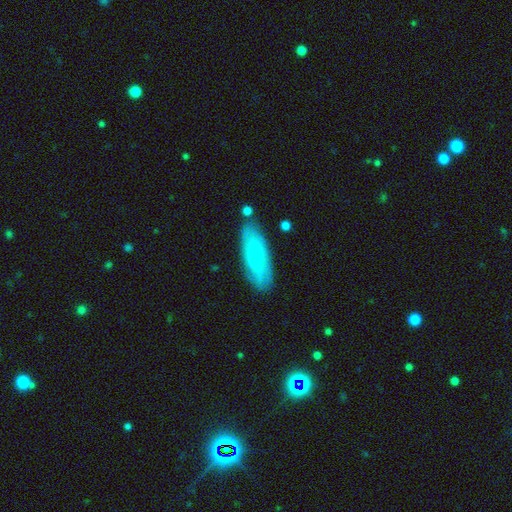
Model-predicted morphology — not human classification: A smooth galaxy with no disk features (62%) that is in between round and cigar-shaped (61%).

Vote fractions:
- Smooth or featured? smooth: 62% / featured or disk: 31% / star or artifact: 7%
- How rounded? in between: 61% / cigar-shaped: 37% / round: 2%
- Merging? none: 79% / minor disturbance: 15% / merger: 3% / major disturbance: 3%